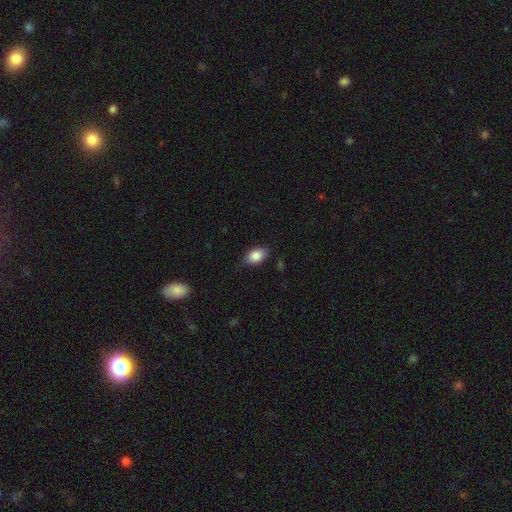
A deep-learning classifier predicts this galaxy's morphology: A smooth galaxy with no disk features (86%) that is in between round and cigar-shaped (89%). Merging: none (82%).